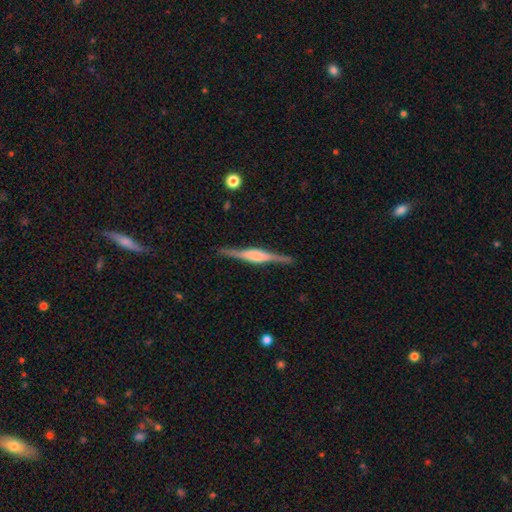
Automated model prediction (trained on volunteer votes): This is likely a featured or disk galaxy (80%). It is clearly viewed edge-on (98%). Edge-on bulge: possibly rounded (52%). Merging: clearly none (88%).